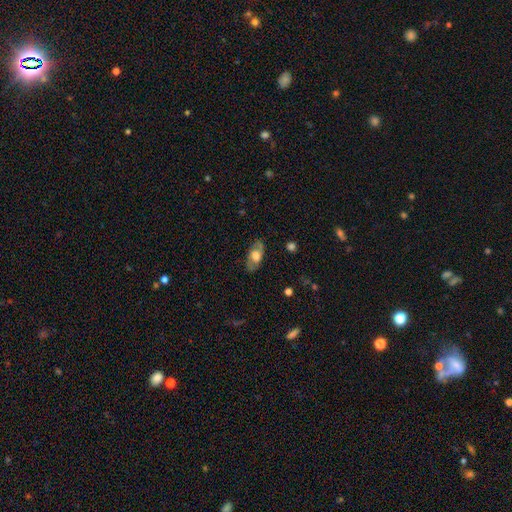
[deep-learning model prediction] A featured or disk galaxy (48%). Merging: none (78%).